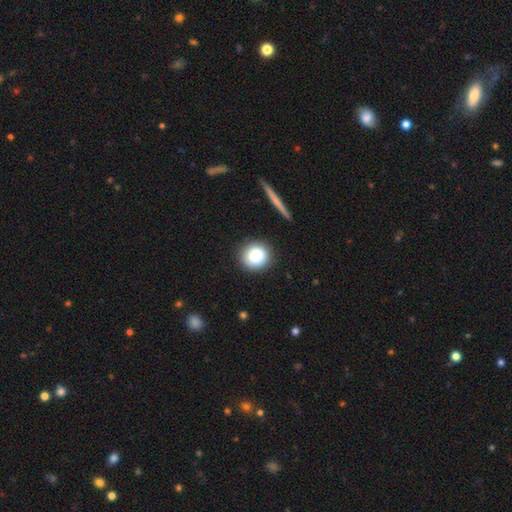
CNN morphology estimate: A smooth galaxy with no disk features (85%) that is round (89%).

Vote fractions:
- Smooth or featured? smooth: 85% / star or artifact: 9% / featured or disk: 6%
- How rounded? round: 89% / in between: 9% / cigar-shaped: 1%
- Merging? none: 86% / minor disturbance: 9% / major disturbance: 3% / merger: 2%